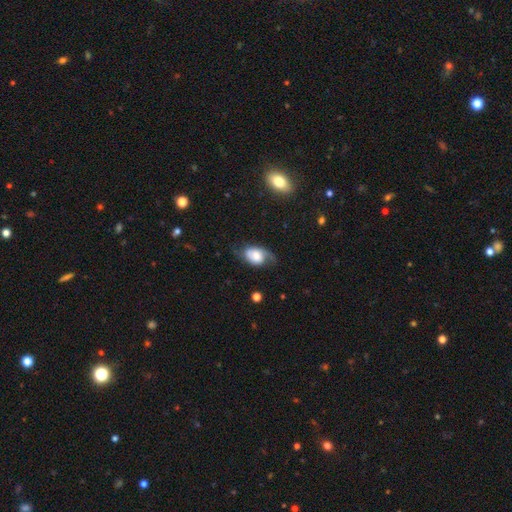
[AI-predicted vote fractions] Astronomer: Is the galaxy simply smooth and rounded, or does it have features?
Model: featured or disk — 59%.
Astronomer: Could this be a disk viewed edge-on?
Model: no — 95%.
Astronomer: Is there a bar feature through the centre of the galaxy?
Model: no — 58%.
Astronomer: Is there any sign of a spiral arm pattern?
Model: yes — 87%.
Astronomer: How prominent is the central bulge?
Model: moderate — 42% (runner-up: large, 27%).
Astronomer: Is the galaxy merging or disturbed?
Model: none — 54%.